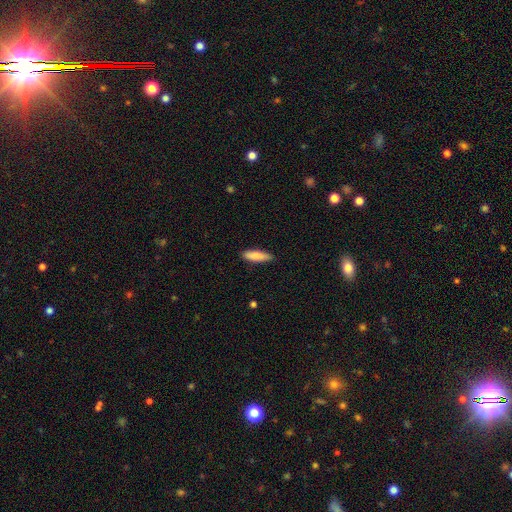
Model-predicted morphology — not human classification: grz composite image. It shows a smooth galaxy with no disk features (85%) that is cigar-shaped (62%). Merging: none (87%).